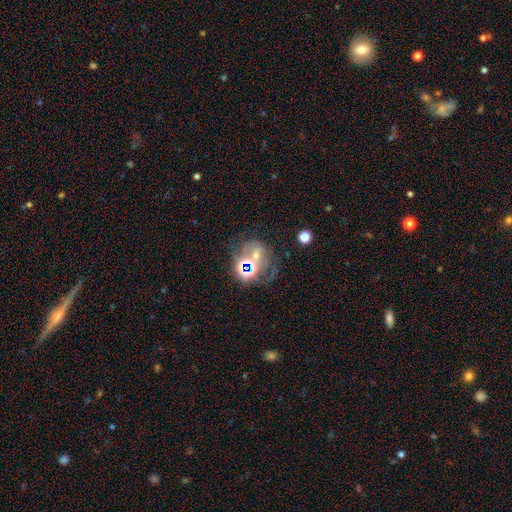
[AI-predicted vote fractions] Q: Smooth or featured?
A: star or artifact (43%); runner-up: featured or disk (34%)